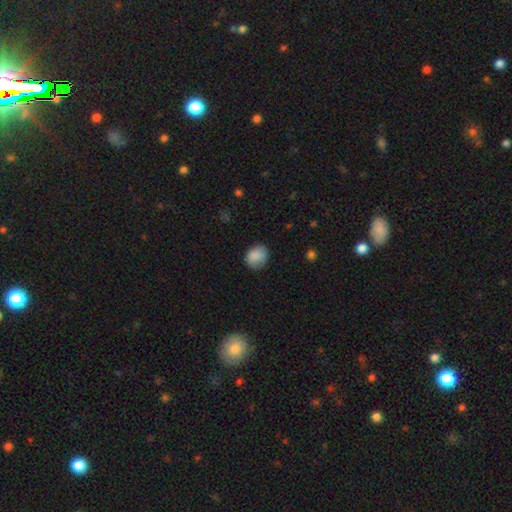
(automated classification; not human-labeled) This is clearly a smooth galaxy (86%). How rounded: likely round (60%). Merging: likely none (75%).